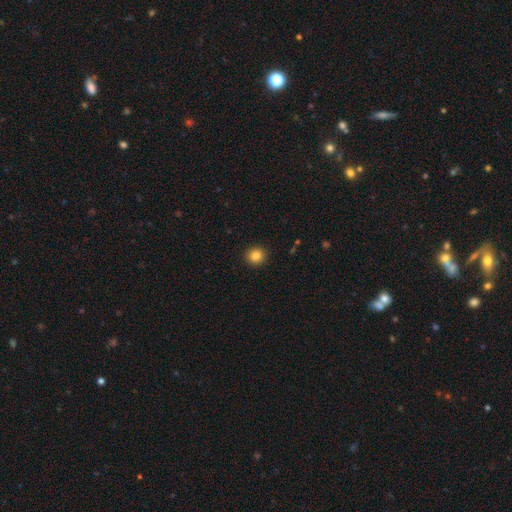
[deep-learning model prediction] Smooth or featured: smooth — 85% (star or artifact — 11%)
How rounded: round — 91% (in between — 8%)
Merging: none — 93% (minor disturbance — 5%)